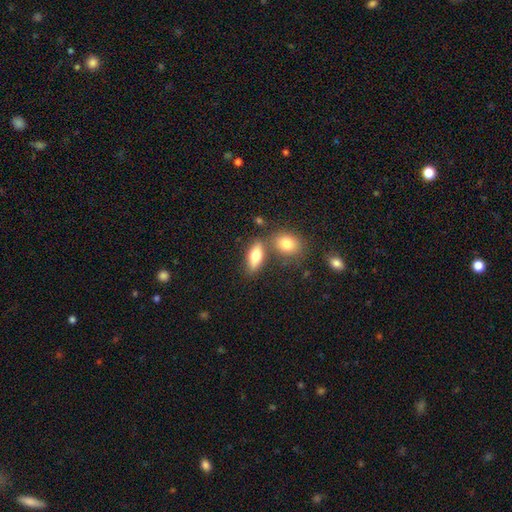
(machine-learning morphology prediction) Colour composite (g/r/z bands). It shows a smooth galaxy with no disk features (74%) that is in between round and cigar-shaped (75%). Merging: none (64%).